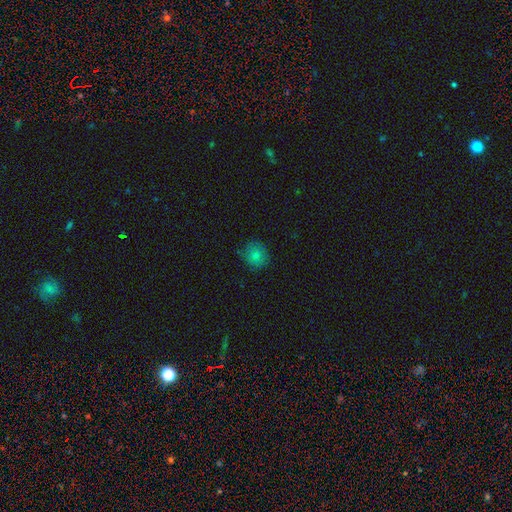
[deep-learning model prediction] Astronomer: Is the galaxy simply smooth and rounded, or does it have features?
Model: smooth — 77%.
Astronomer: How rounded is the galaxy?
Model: round — 81%.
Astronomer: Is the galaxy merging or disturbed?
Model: none — 76%.